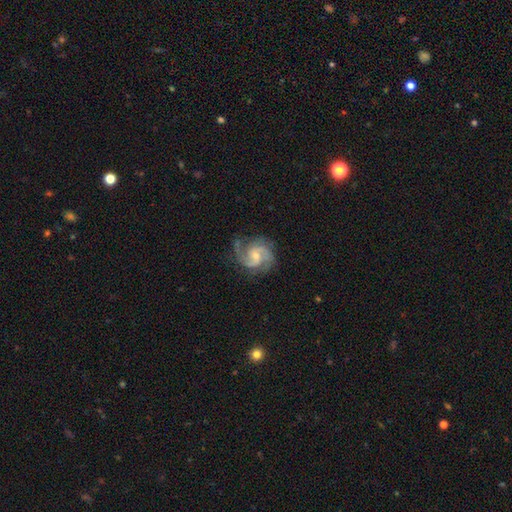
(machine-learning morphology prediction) This is clearly a featured or disk galaxy (90%). It is clearly not viewed edge-on (98%). Bar: possibly no (49%). Spiral arm pattern: clearly yes (98%). Spiral arm count: likely 2 (63%). Spiral winding: possibly medium (57%). Central bulge: possibly small (55%). Merging: likely none (72%).